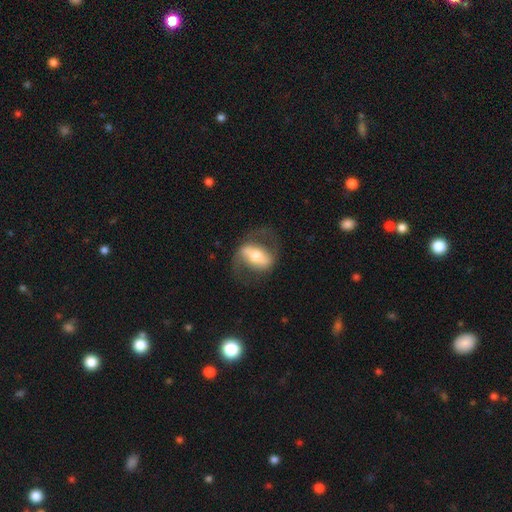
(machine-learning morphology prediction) Smooth or featured?
  - featured or disk: 72% *
  - smooth: 23%
  - star or artifact: 5%
Edge-on disk?
  - no: 87% *
  - yes: 13%
Bar?
  - strong: 61% *
  - weak: 23%
  - no: 16%
Spiral arms?
  - yes: 70% *
  - no: 30%
Bulge size?
  - moderate: 59% *
  - small: 25%
  - large: 12%
  - dominant: 2%
  - none: 2%
Merging?
  - none: 67% *
  - minor disturbance: 16%
  - major disturbance: 15%
  - merger: 2%